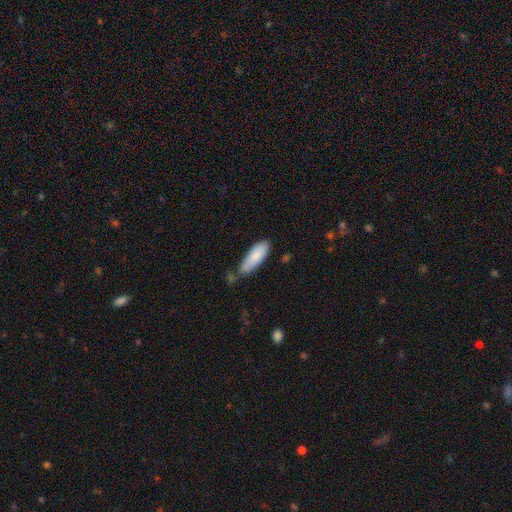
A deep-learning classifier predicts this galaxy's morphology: smooth_or_featured: smooth (p=0.83) [alt: featured or disk p=0.11]
how_rounded: in between (p=0.63) [alt: cigar-shaped p=0.36]
merging: none (p=0.59) [alt: minor disturbance p=0.26]